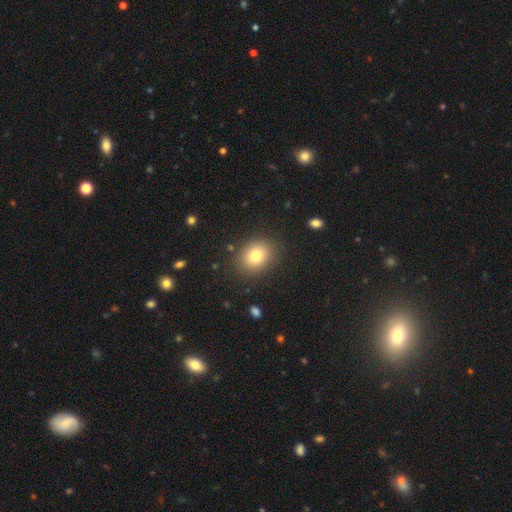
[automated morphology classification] smooth-or-featured: smooth: 80% | star or artifact: 10% | featured or disk: 9%
  how-rounded: round: 50% | in between: 49% | cigar-shaped: 1%
  merging: none: 86% | minor disturbance: 9% | major disturbance: 4% | merger: 2%